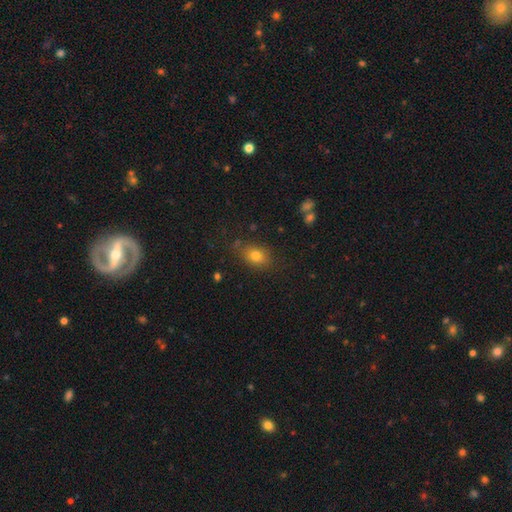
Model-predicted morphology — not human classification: Smooth or featured? Predicted: smooth (p=0.77). How rounded? Predicted: in between (p=0.72). Merging? Predicted: none (p=0.79).